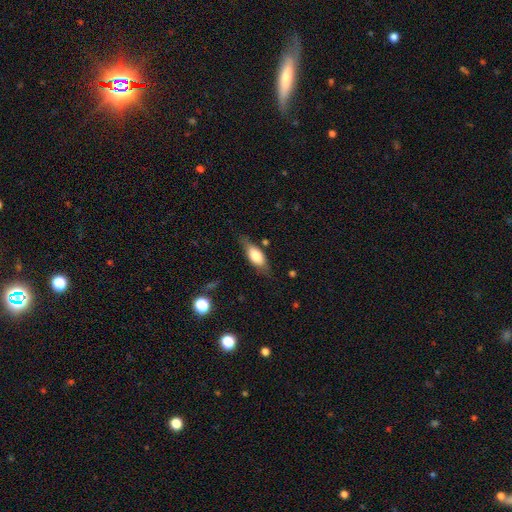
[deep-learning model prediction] This is likely a smooth galaxy (67%). How rounded: likely in between (75%). Merging: likely none (70%).